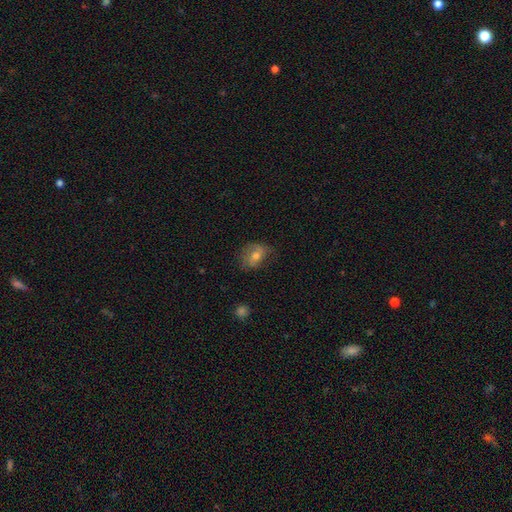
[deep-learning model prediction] Smooth or featured? Predicted: smooth (p=0.60). How rounded? Predicted: in between (p=0.61). Merging? Predicted: none (p=0.60).